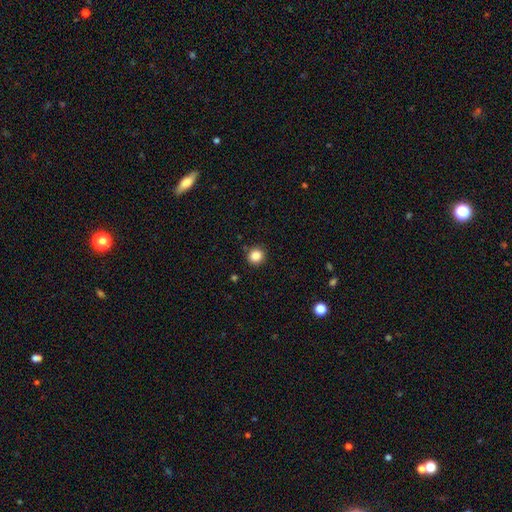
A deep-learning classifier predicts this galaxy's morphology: smooth_or_featured: smooth (p=0.86) [alt: star or artifact p=0.11]
how_rounded: round (p=0.91) [alt: in between p=0.08]
merging: none (p=0.90) [alt: minor disturbance p=0.07]